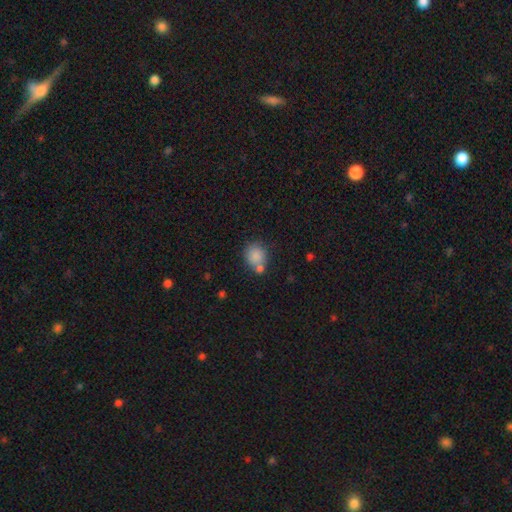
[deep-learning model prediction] The model was most divided on "merging": none: 56%, merger: 26%, minor disturbance: 14%, major disturbance: 4%. More confident: smooth or featured — smooth (84%); how rounded — round (77%).